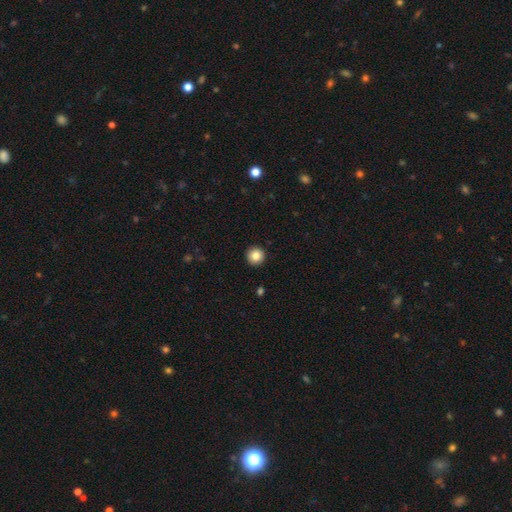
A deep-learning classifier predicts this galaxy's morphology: Q: Smooth or featured?
A: smooth (86%); runner-up: star or artifact (9%)
Q: How rounded?
A: round (96%); runner-up: in between (3%)
Q: Merging?
A: none (93%); runner-up: minor disturbance (4%)